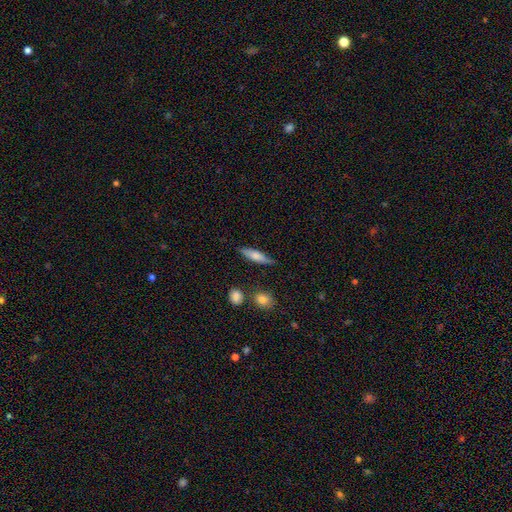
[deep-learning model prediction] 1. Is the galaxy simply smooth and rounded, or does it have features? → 60% smooth, 33% featured or disk, 6% star or artifact.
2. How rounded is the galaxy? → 69% cigar-shaped, 29% in between, 3% round.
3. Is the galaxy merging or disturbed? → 81% none, 13% minor disturbance, 3% merger, 3% major disturbance.